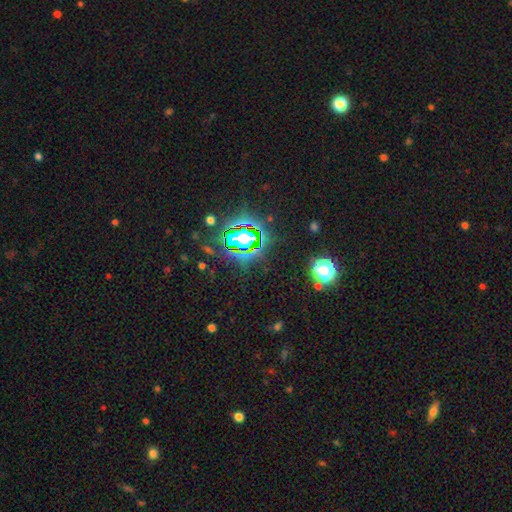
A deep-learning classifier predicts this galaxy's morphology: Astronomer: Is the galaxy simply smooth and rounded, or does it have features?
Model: star or artifact — 83%.